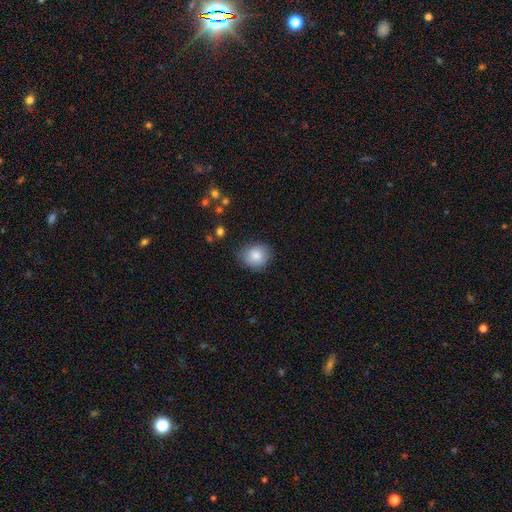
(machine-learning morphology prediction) smooth 84%, star or artifact 8%, featured or disk 7%. Down the decision tree: how rounded — round (68%); merging — none (76%).